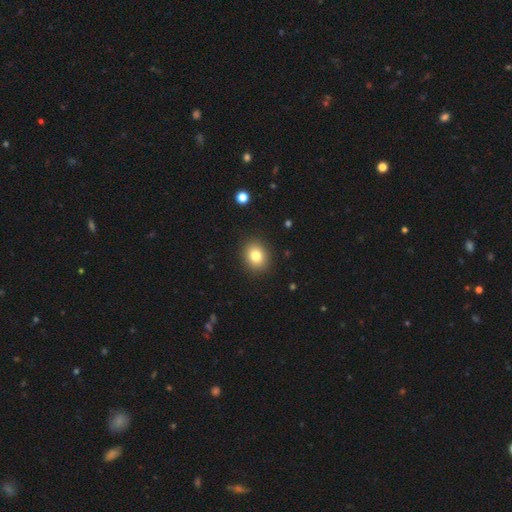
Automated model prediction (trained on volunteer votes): This appears to be a smooth galaxy with no disk features (81%) that is round (63%). Merging: none (89%).